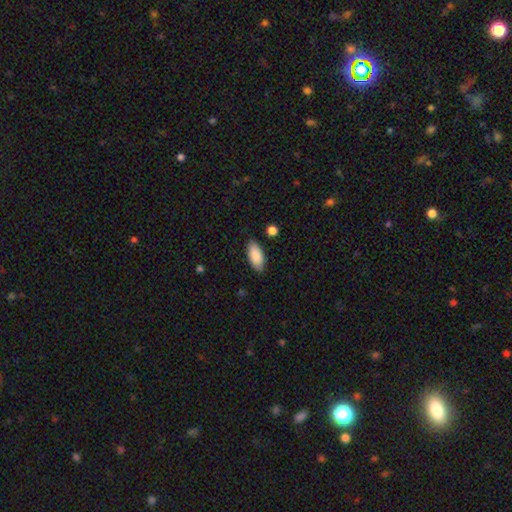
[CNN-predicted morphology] smooth_or_featured: smooth (p=0.87) [alt: star or artifact p=0.06]
how_rounded: in between (p=0.90) [alt: cigar-shaped p=0.08]
merging: none (p=0.86) [alt: minor disturbance p=0.10]